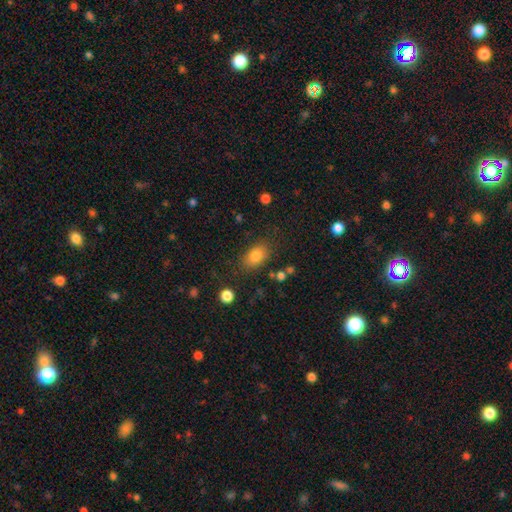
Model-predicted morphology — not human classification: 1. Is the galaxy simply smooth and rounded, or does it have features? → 82% smooth, 10% star or artifact, 7% featured or disk.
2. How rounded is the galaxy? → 84% in between, 14% round, 2% cigar-shaped.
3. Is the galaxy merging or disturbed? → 80% none, 12% minor disturbance, 5% major disturbance, 3% merger.